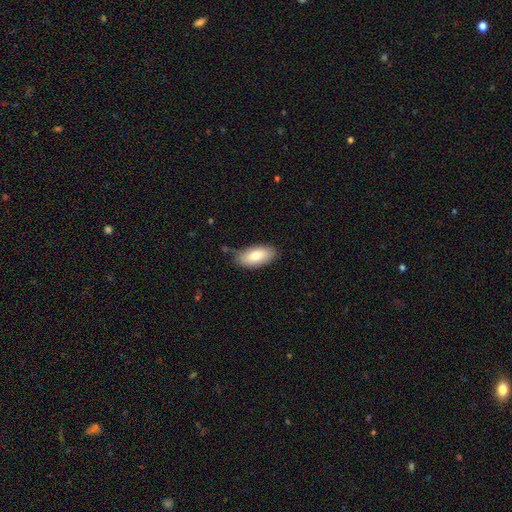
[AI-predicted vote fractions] smooth_or_featured: smooth (p=0.78) [alt: featured or disk p=0.16]
how_rounded: in between (p=0.91) [alt: cigar-shaped p=0.06]
merging: none (p=0.73) [alt: minor disturbance p=0.21]